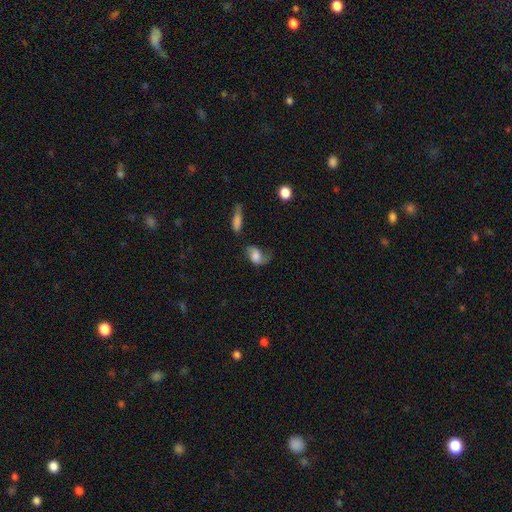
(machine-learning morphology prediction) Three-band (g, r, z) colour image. It shows a smooth galaxy with no disk features (58%) that is in between round and cigar-shaped (80%). Merging: none (37%).